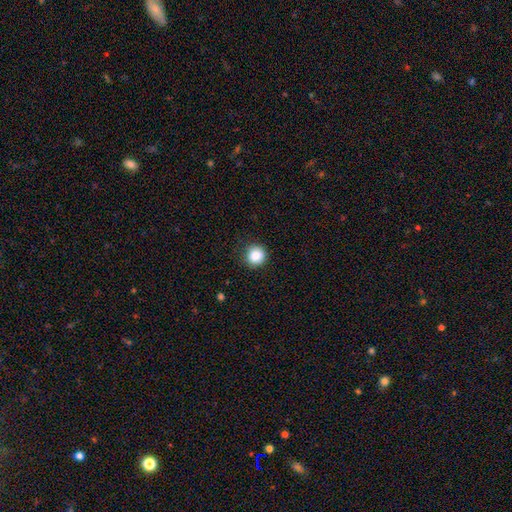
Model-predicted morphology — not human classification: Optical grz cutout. It shows a smooth galaxy with no disk features (86%) that is round (92%). Merging: none (86%).